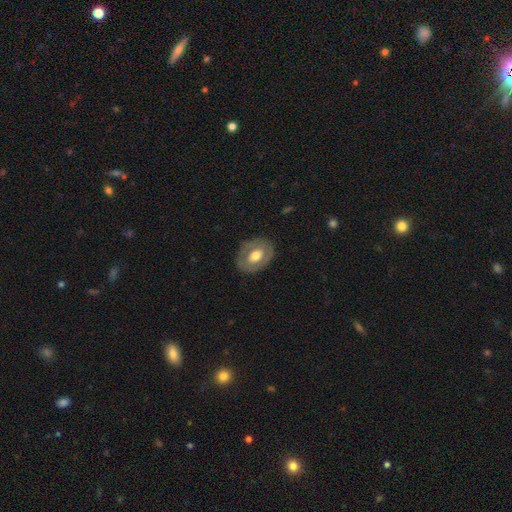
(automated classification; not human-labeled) Overall: smooth (47%, tied with featured or disk). Merging: none (80%).